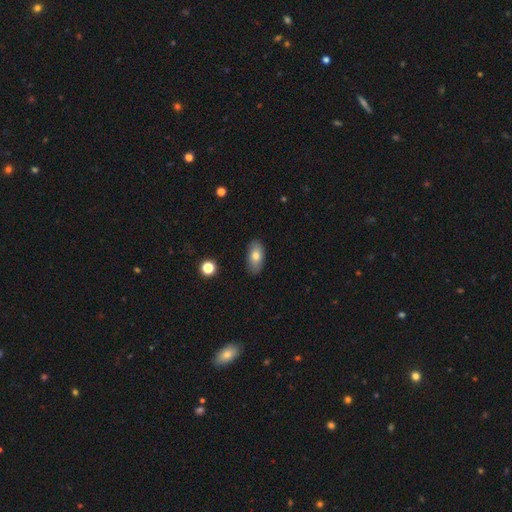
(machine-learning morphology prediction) A smooth galaxy with no disk features (75%) that is in between round and cigar-shaped (92%). Merging: none (86%).